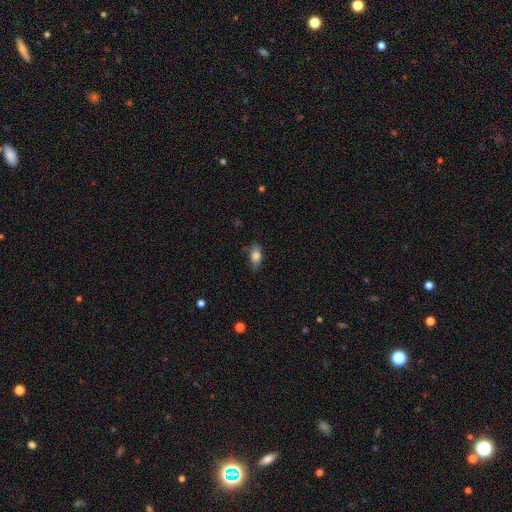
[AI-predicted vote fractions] A smooth galaxy with no disk features (79%) that is in between round and cigar-shaped (86%).

Vote fractions:
- Smooth or featured? smooth: 79% / featured or disk: 13% / star or artifact: 8%
- How rounded? in between: 86% / cigar-shaped: 7% / round: 7%
- Merging? none: 73% / minor disturbance: 21% / major disturbance: 5% / merger: 2%